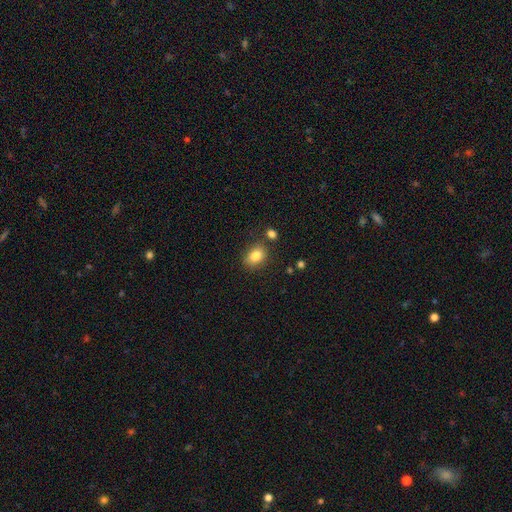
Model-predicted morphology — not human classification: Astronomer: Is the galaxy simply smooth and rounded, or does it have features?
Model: smooth — 83%.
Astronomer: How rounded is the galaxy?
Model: in between — 72%.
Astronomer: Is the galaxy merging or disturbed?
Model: none — 79%.